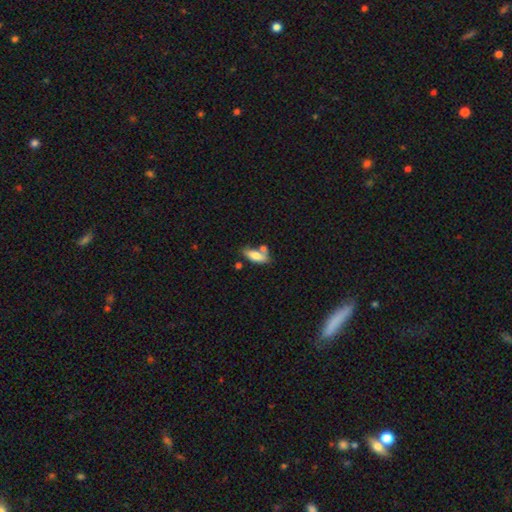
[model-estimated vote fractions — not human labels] Smooth or featured?
  - smooth: 72% *
  - featured or disk: 21%
  - star or artifact: 7%
How rounded?
  - in between: 71% *
  - cigar-shaped: 26%
  - round: 3%
Merging?
  - none: 55% *
  - merger: 23%
  - minor disturbance: 17%
  - major disturbance: 5%